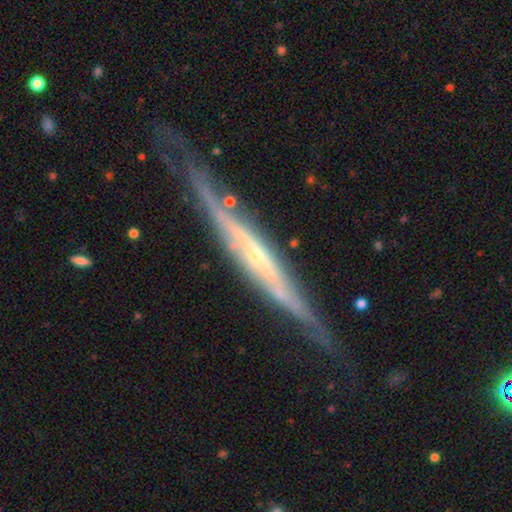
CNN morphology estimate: This is clearly a featured or disk galaxy (84%). It is clearly viewed edge-on (86%). Edge-on bulge: possibly none (48%). Merging: likely none (70%).